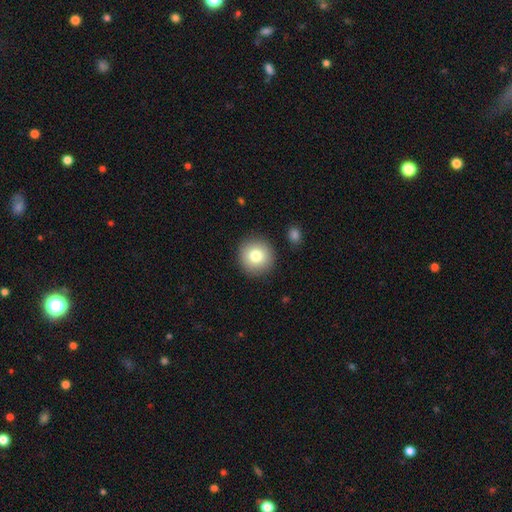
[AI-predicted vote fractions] This is likely a smooth galaxy (79%). How rounded: clearly round (94%). Merging: clearly none (90%).